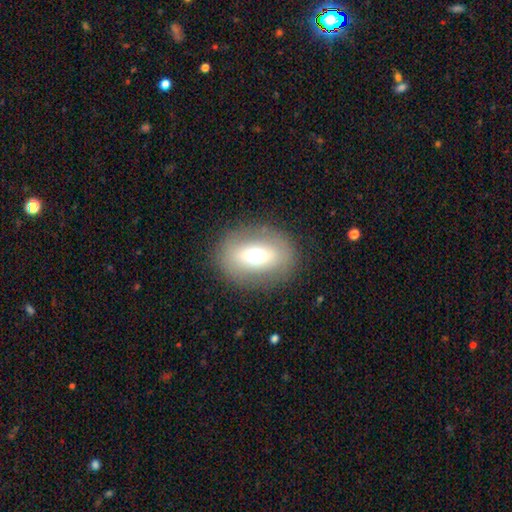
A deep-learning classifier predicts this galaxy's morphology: A smooth galaxy with no disk features (56%) that is in between round and cigar-shaped (61%).

Vote fractions:
- Smooth or featured? smooth: 56% / featured or disk: 33% / star or artifact: 11%
- How rounded? in between: 61% / round: 37% / cigar-shaped: 2%
- Merging? none: 84% / minor disturbance: 10% / major disturbance: 5% / merger: 1%